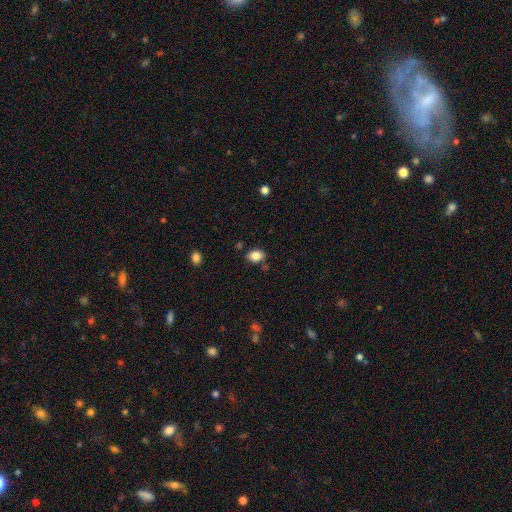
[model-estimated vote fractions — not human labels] This appears to be a smooth galaxy with no disk features (85%) that is in between round and cigar-shaped (74%). Merging: none (80%).